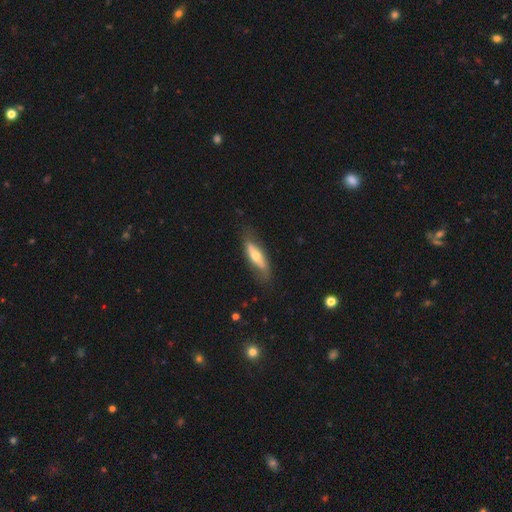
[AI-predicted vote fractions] Smooth or featured? smooth (49%)
Merging? none (72%)